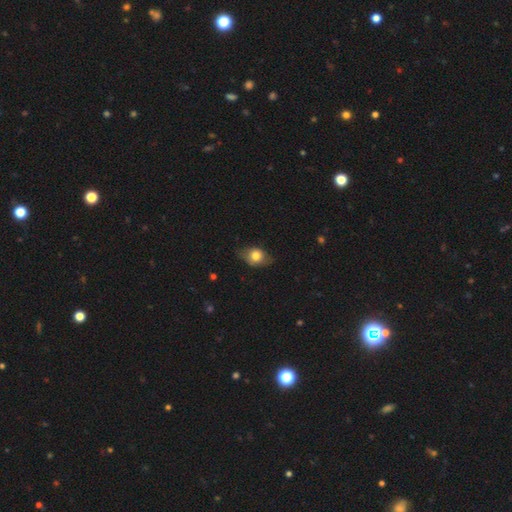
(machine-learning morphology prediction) Smooth or featured?
  - smooth: 71% *
  - featured or disk: 21%
  - star or artifact: 8%
How rounded?
  - in between: 66% *
  - round: 32%
  - cigar-shaped: 2%
Merging?
  - none: 66% *
  - minor disturbance: 27%
  - major disturbance: 6%
  - merger: 1%